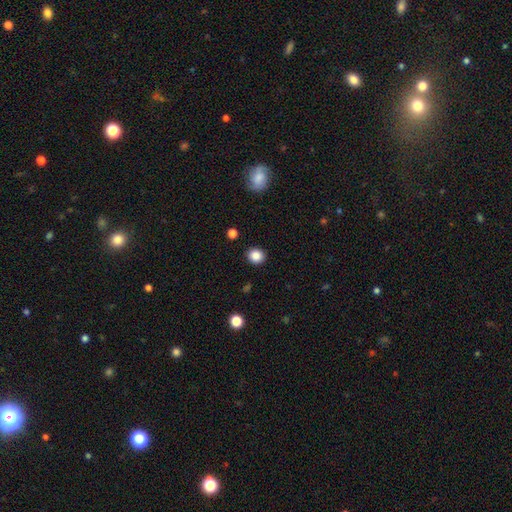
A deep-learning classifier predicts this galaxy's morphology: Smooth or featured? Predicted: smooth (p=0.86). How rounded? Predicted: round (p=0.83). Merging? Predicted: none (p=0.91).